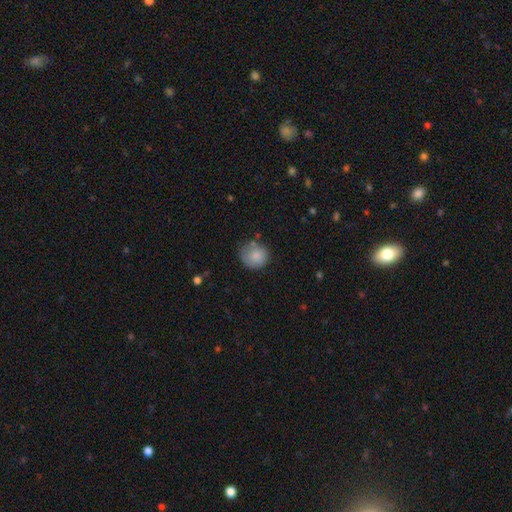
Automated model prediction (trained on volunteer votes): The model was most divided on "merging": none: 67%, minor disturbance: 23%, major disturbance: 6%, merger: 4%. More confident: how rounded — round (85%); smooth or featured — smooth (83%).